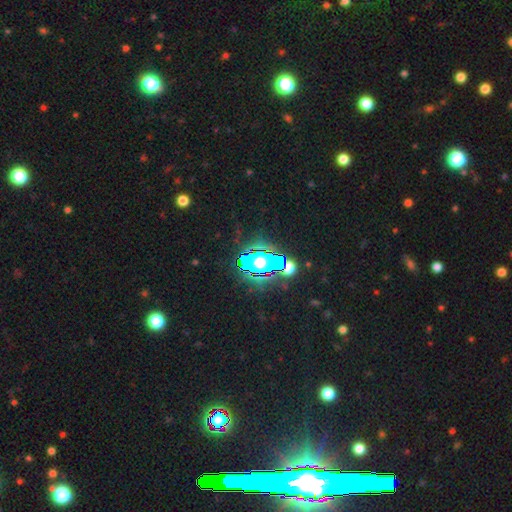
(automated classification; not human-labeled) Smooth or featured: star or artifact — 75% (smooth — 14%)